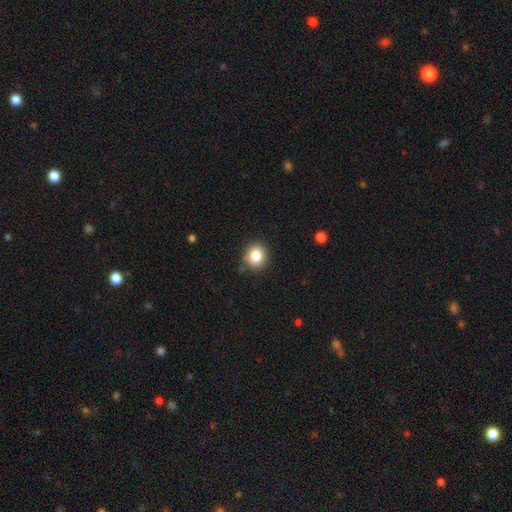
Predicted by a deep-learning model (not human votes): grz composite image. It shows a smooth galaxy with no disk features (82%) that is round (83%). Merging: none (84%).